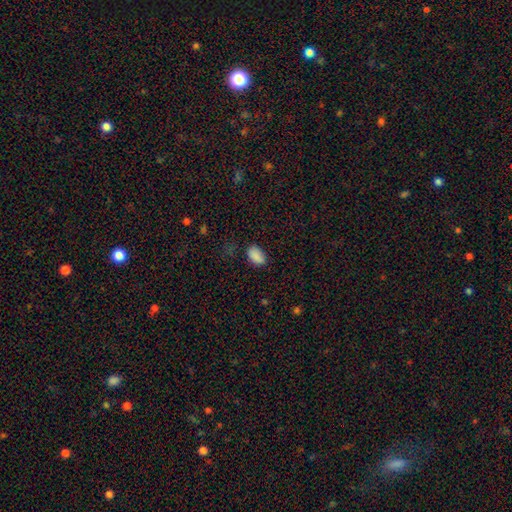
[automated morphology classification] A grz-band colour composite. It shows a smooth galaxy with no disk features (86%) that is in between round and cigar-shaped (91%). Merging: none (74%).